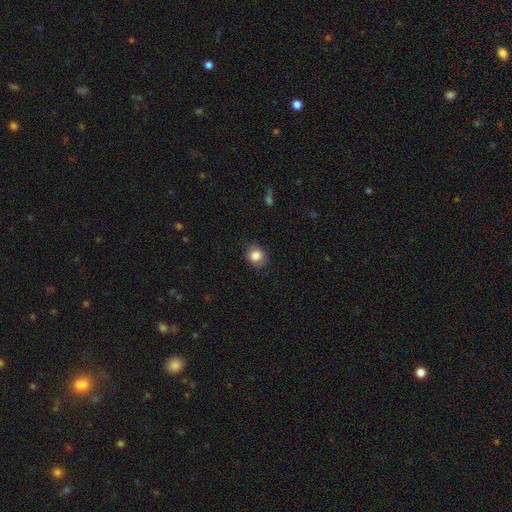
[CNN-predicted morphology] smooth-or-featured: smooth: 84% | star or artifact: 9% | featured or disk: 7%
  how-rounded: round: 66% | in between: 33% | cigar-shaped: 1%
  merging: none: 81% | minor disturbance: 15% | major disturbance: 3% | merger: 1%